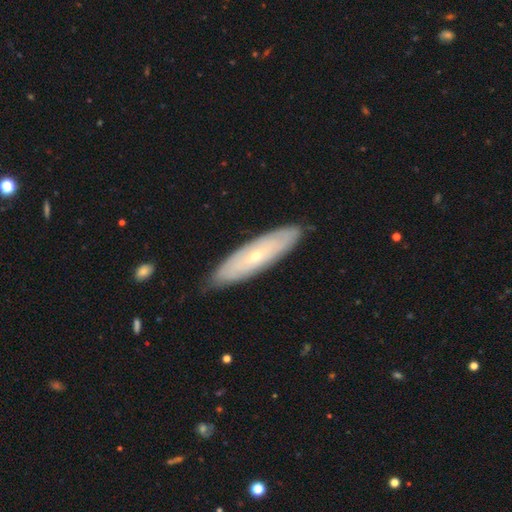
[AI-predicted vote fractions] featured or disk 61%, smooth 33%, star or artifact 6%. Down the decision tree: edge-on disk — no (66%); merging — none (84%).